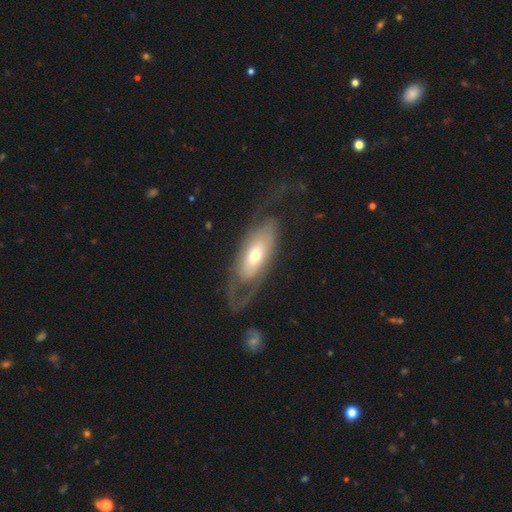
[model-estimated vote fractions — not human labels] This appears to be a featured or disk galaxy (60%). Merging: none (47%).